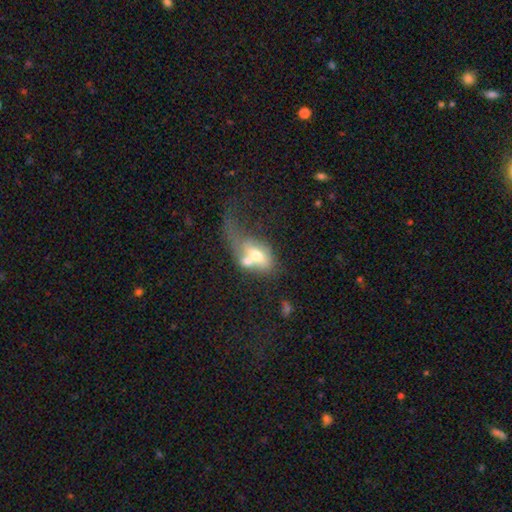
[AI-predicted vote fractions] Overall: smooth (56%; featured or disk 36%). How rounded: in between (79%). Merging: merger (54%; major disturbance 24%).